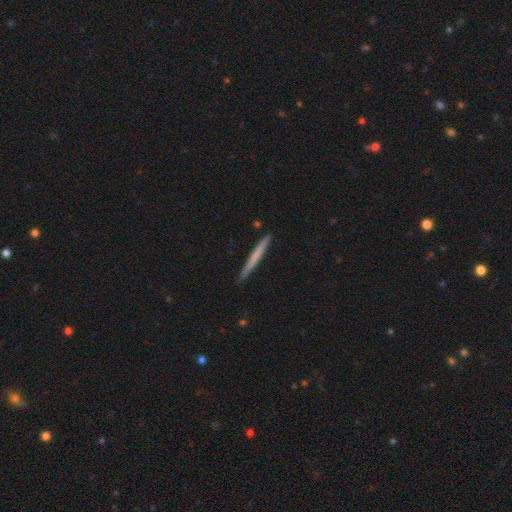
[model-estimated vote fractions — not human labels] smooth_or_featured: smooth (p=0.58) [alt: featured or disk p=0.37]
how_rounded: cigar-shaped (p=0.97) [alt: in between p=0.02]
merging: none (p=0.91) [alt: minor disturbance p=0.07]